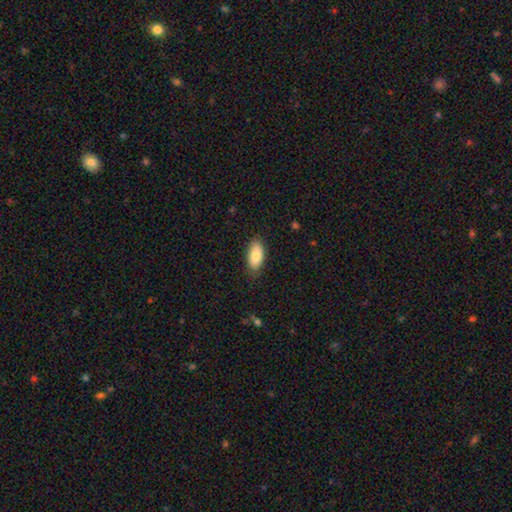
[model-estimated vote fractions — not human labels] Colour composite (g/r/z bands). It shows a smooth galaxy with no disk features (82%) that is in between round and cigar-shaped (91%). Merging: none (82%).